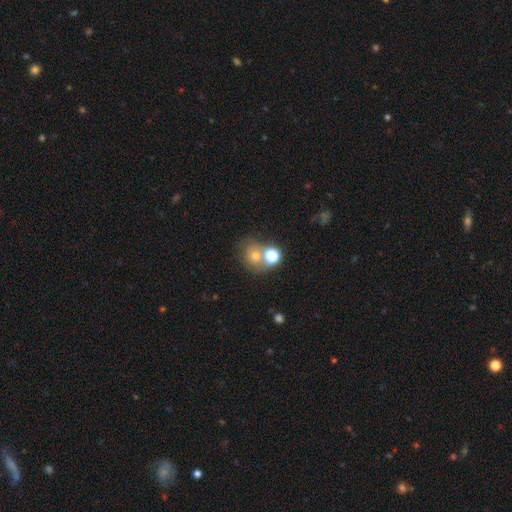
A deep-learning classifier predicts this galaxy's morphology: This is likely a smooth galaxy (62%). How rounded: likely round (70%). Merging: possibly none (48%).